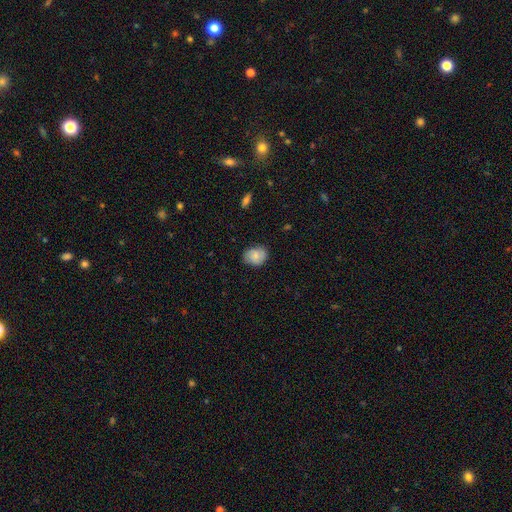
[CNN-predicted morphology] This appears to be a smooth galaxy with no disk features (76%) that is round (51%). Merging: none (74%).